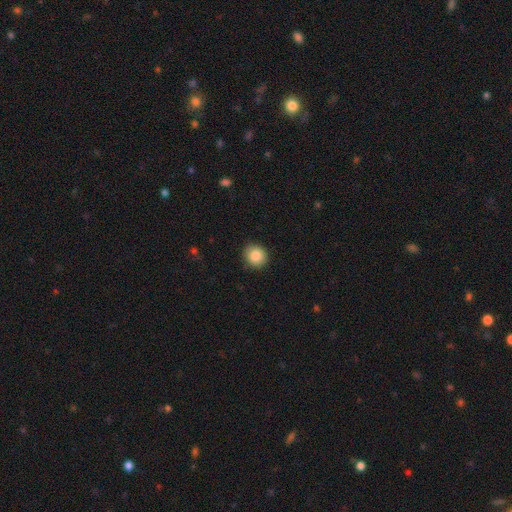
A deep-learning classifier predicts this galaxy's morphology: A smooth galaxy with no disk features (87%) that is round (84%). Merging: none (88%).